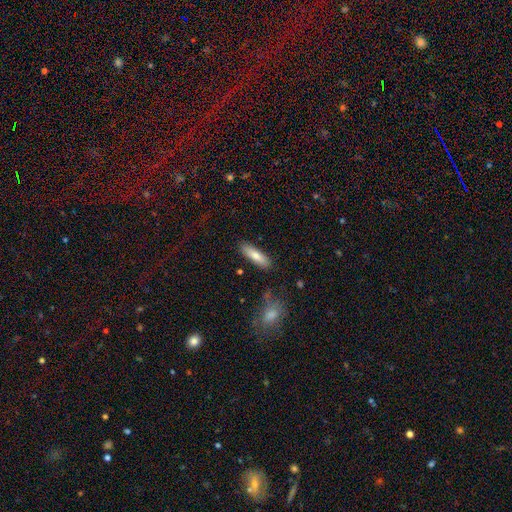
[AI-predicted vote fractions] A smooth galaxy with no disk features (76%) that is cigar-shaped (59%). Merging: none (85%).